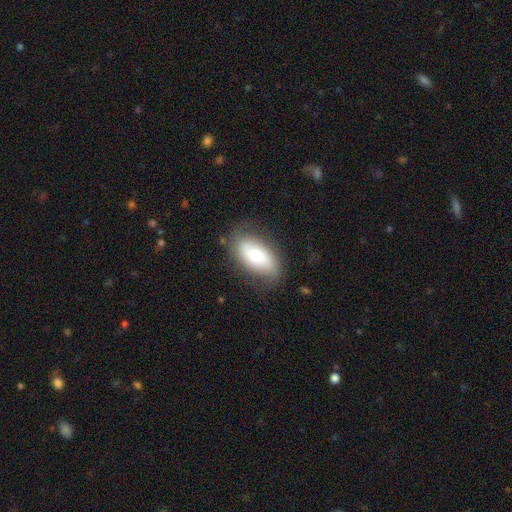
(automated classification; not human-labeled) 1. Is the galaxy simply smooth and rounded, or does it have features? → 59% smooth, 34% featured or disk, 7% star or artifact.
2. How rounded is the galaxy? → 92% in between, 6% round, 3% cigar-shaped.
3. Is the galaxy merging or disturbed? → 75% none, 18% minor disturbance, 6% major disturbance, 1% merger.